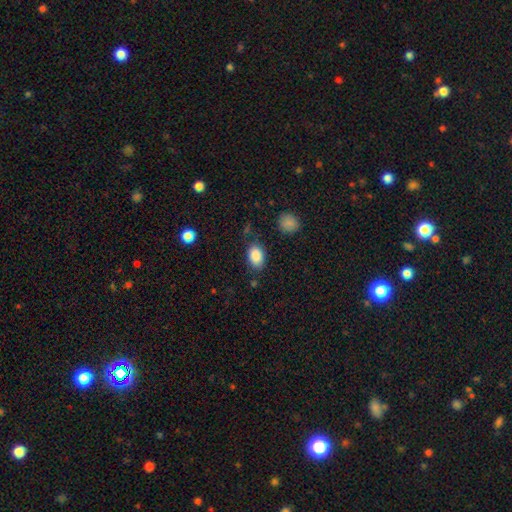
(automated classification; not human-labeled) Smooth or featured? Predicted: smooth (p=0.87). How rounded? Predicted: in between (p=0.85). Merging? Predicted: none (p=0.79).